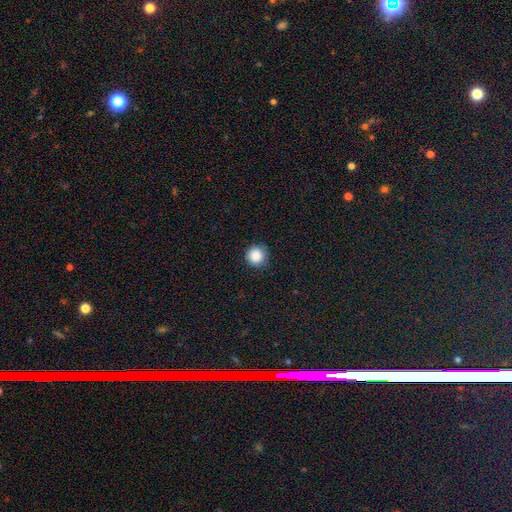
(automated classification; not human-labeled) smooth 88%, star or artifact 9%, featured or disk 3%. Down the decision tree: how rounded — round (95%); merging — none (88%).